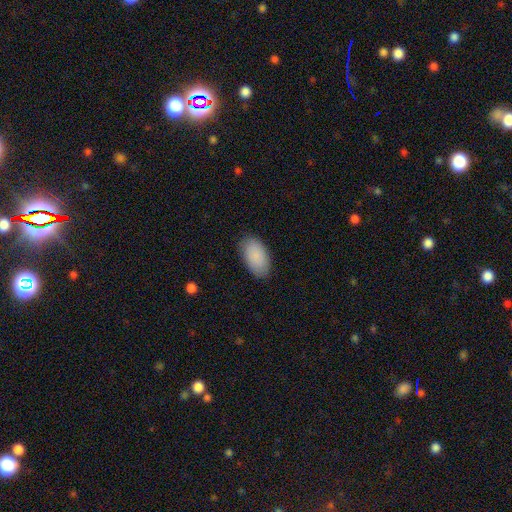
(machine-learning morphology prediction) Smooth or featured? Predicted: smooth (p=0.89). How rounded? Predicted: in between (p=0.95). Merging? Predicted: none (p=0.86).